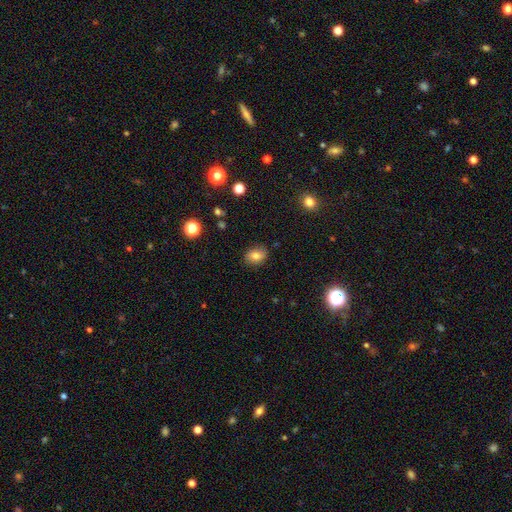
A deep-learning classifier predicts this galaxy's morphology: smooth 78%, star or artifact 11%, featured or disk 11%. Down the decision tree: how rounded — in between (60%); merging — none (84%).